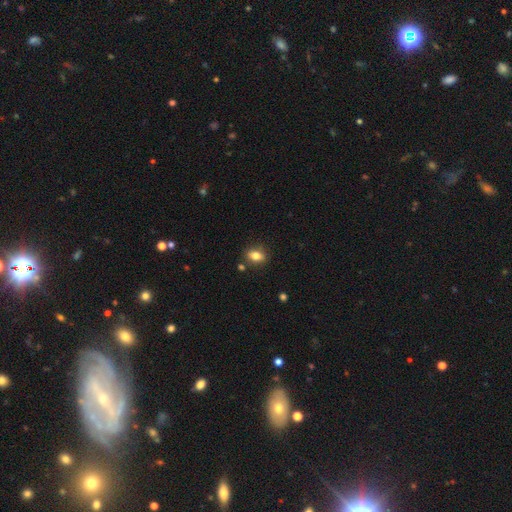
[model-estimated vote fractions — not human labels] This is clearly a smooth galaxy (80%). How rounded: likely in between (76%). Merging: clearly none (84%).